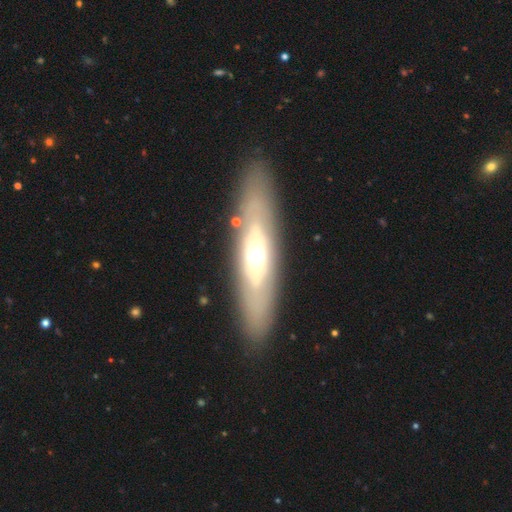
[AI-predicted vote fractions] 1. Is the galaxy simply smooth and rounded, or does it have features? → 64% featured or disk, 30% smooth, 6% star or artifact.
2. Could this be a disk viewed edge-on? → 56% no, 44% yes.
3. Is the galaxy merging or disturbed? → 86% none, 9% minor disturbance, 3% major disturbance, 2% merger.